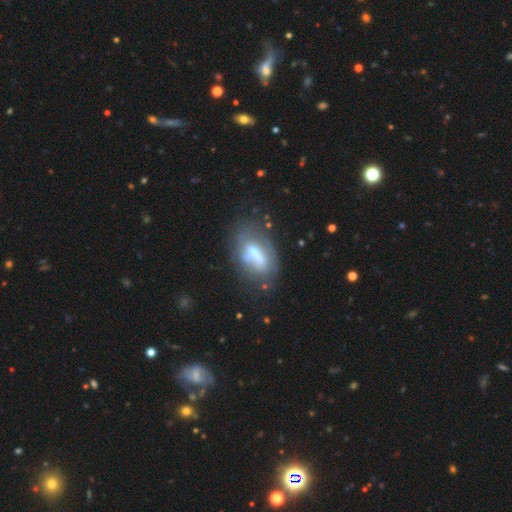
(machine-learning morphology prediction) The model was most divided on "smooth or featured": smooth: 46%, featured or disk: 43%, star or artifact: 11%. Remaining: merging — none (44%).